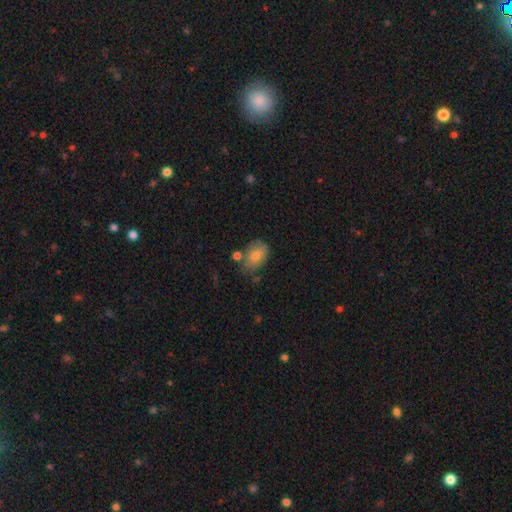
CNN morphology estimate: Overall: smooth (75%). How rounded: in between (83%). Merging: none (64%).